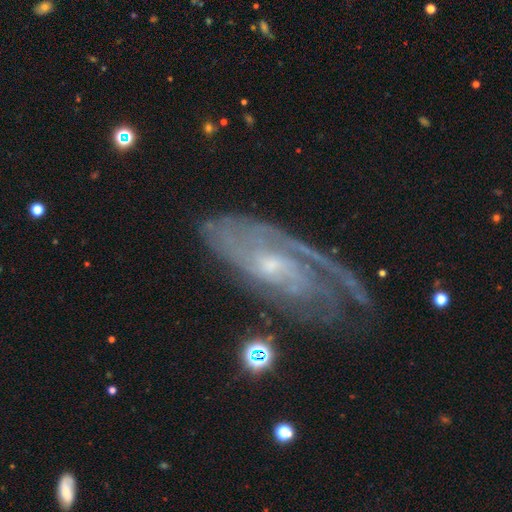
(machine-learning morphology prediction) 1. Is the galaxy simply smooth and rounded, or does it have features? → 83% featured or disk, 9% star or artifact, 8% smooth.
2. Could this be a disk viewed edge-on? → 91% no, 9% yes.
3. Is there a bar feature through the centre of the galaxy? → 60% no, 31% weak, 9% strong.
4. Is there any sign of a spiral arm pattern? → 95% yes, 5% no.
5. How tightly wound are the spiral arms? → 65% tight, 27% medium, 7% loose.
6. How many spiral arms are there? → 36% can't tell, 29% 2, 15% 3, 8% 1, 7% 4, 6% more than 4.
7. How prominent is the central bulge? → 71% small, 22% moderate, 4% none, 2% large, 1% dominant.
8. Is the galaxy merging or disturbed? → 67% none, 20% minor disturbance, 11% major disturbance, 3% merger.